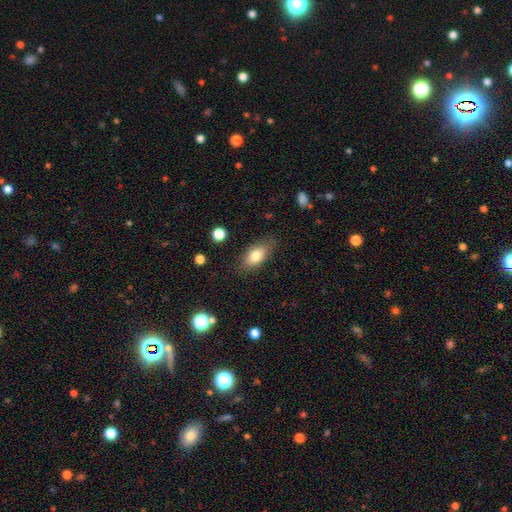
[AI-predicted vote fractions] Overall: smooth (78%). How rounded: in between (86%). Merging: none (79%).